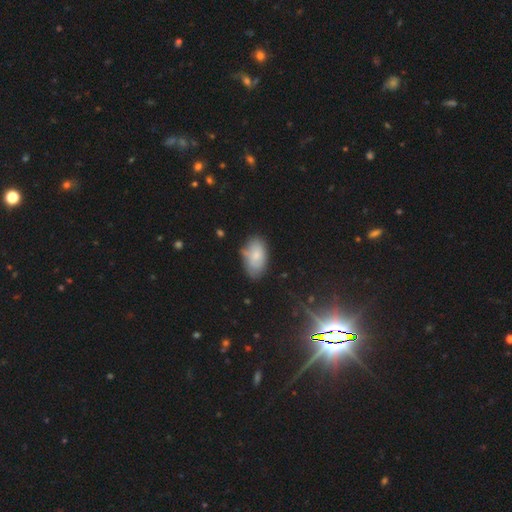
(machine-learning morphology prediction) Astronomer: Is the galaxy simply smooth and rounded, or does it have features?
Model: smooth — 74%.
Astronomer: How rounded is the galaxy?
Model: in between — 94%.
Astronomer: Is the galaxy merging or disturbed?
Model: none — 62%.